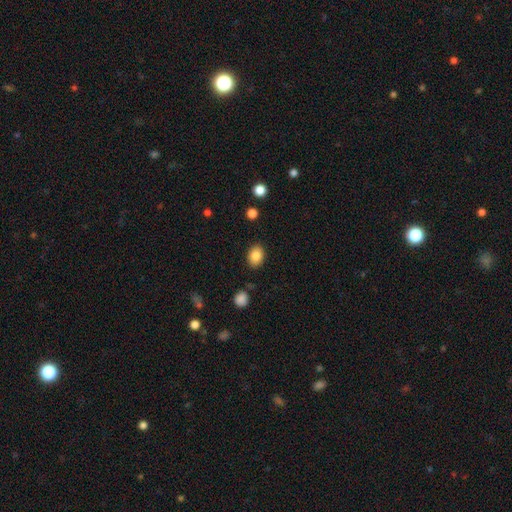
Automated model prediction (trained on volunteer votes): This is clearly a smooth galaxy (86%). How rounded: likely in between (71%). Merging: clearly none (84%).